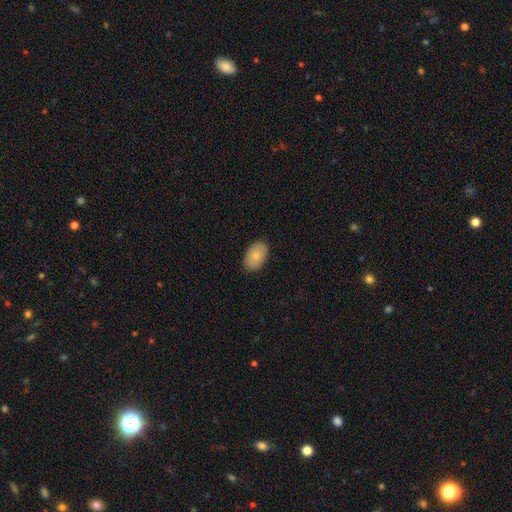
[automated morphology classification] smooth-or-featured: smooth: 81% | featured or disk: 12% | star or artifact: 7%
  how-rounded: in between: 90% | round: 8% | cigar-shaped: 1%
  merging: none: 88% | minor disturbance: 10% | major disturbance: 2% | merger: 1%